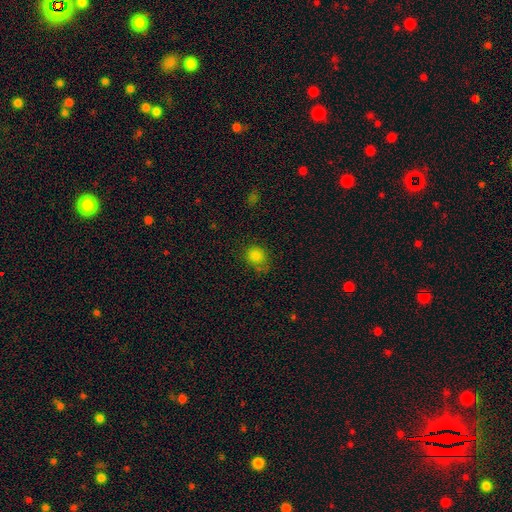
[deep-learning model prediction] A smooth galaxy with no disk features (81%) that is round (65%).

Vote fractions:
- Smooth or featured? smooth: 81% / star or artifact: 14% / featured or disk: 5%
- How rounded? round: 65% / in between: 34% / cigar-shaped: 1%
- Merging? none: 61% / minor disturbance: 26% / major disturbance: 10% / merger: 3%